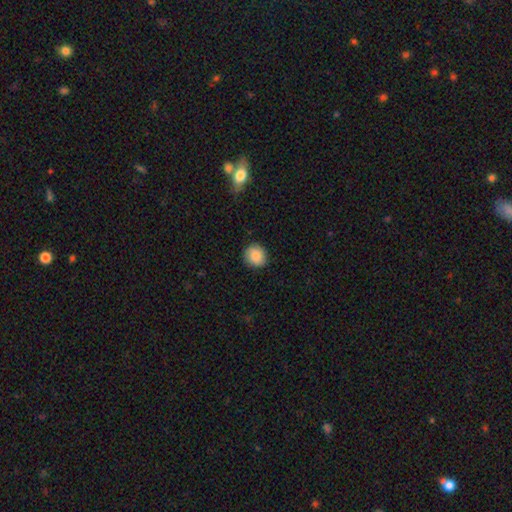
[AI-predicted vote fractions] A smooth galaxy with no disk features (86%) that is round (83%).

Vote fractions:
- Smooth or featured? smooth: 86% / star or artifact: 8% / featured or disk: 7%
- How rounded? round: 83% / in between: 16% / cigar-shaped: 1%
- Merging? none: 88% / minor disturbance: 9% / major disturbance: 2% / merger: 1%